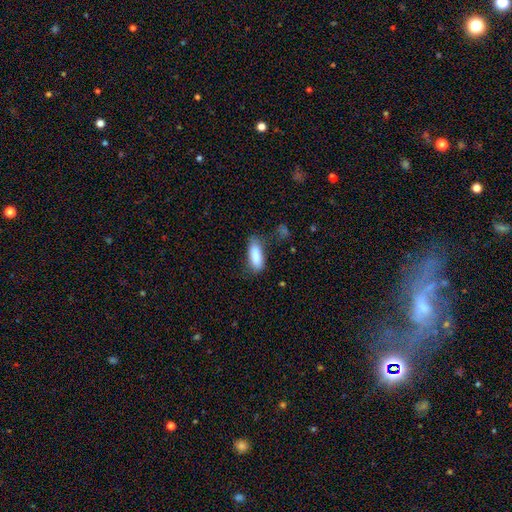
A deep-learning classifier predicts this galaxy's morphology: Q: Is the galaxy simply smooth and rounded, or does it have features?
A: smooth — 86%.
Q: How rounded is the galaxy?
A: in between — 63%.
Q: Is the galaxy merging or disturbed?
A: none — 60%.